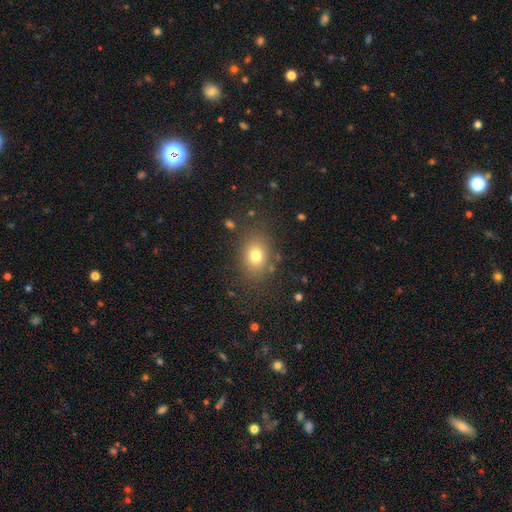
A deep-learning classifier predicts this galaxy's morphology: Q: Smooth or featured?
A: smooth (75%); runner-up: star or artifact (14%)
Q: How rounded?
A: in between (58%); runner-up: round (41%)
Q: Merging?
A: none (80%); runner-up: minor disturbance (12%)